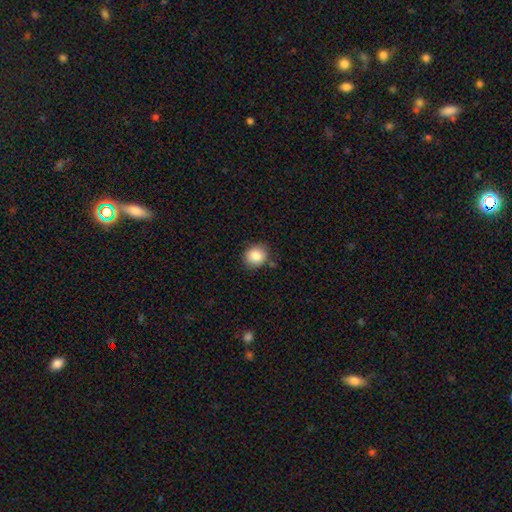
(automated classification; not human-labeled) This is clearly a smooth galaxy (85%). How rounded: clearly round (81%). Merging: clearly none (81%).